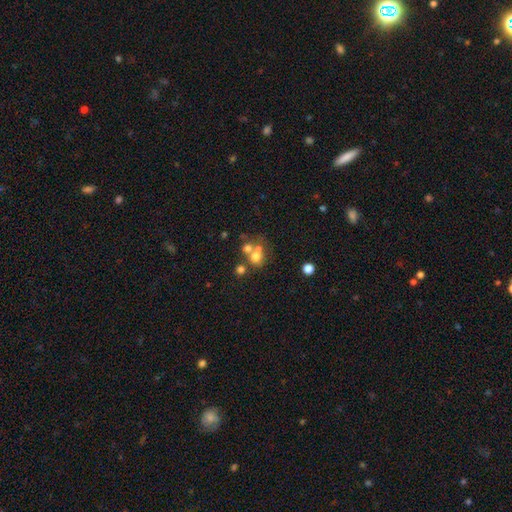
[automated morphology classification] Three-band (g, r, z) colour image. It shows a smooth galaxy with no disk features (62%) that is round (77%). Merging: merger (49%).